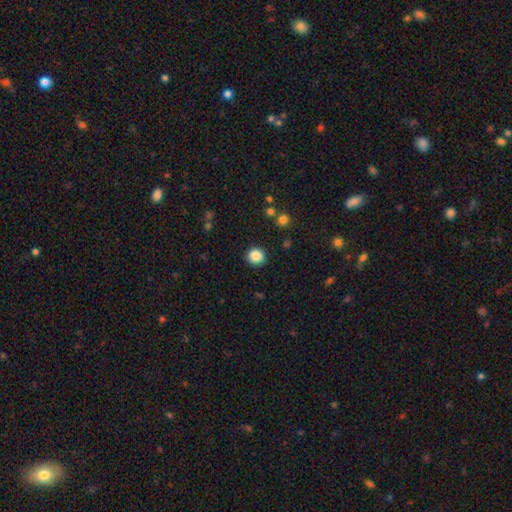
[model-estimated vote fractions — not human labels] A smooth galaxy with no disk features (87%) that is round (91%). Merging: none (91%).